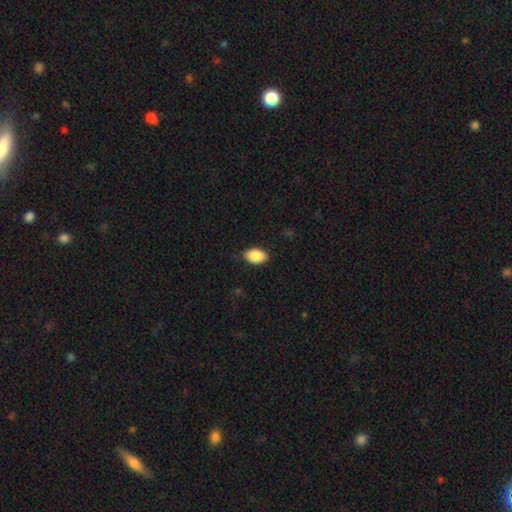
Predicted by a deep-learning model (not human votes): Smooth or featured? Predicted: smooth (p=0.88). How rounded? Predicted: in between (p=0.91). Merging? Predicted: none (p=0.83).